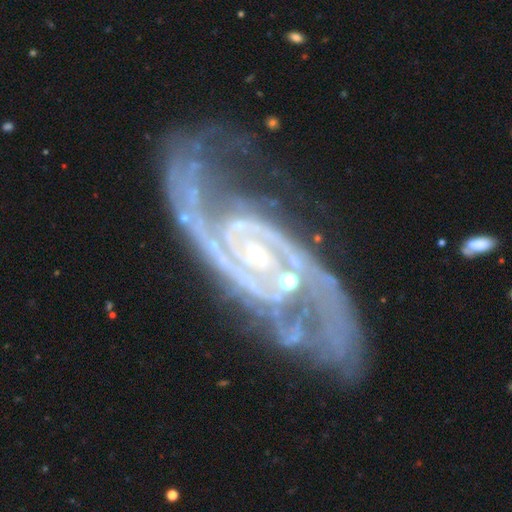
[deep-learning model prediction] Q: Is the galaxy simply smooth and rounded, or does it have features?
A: featured or disk — 93%.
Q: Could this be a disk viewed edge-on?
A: no — 96%.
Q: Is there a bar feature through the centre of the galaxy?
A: no — 47%.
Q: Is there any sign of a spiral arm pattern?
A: yes — 98%.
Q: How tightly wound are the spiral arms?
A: medium — 51%.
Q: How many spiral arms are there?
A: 2 — 85%.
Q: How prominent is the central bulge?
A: small — 71%.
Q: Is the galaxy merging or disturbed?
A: none — 60%.